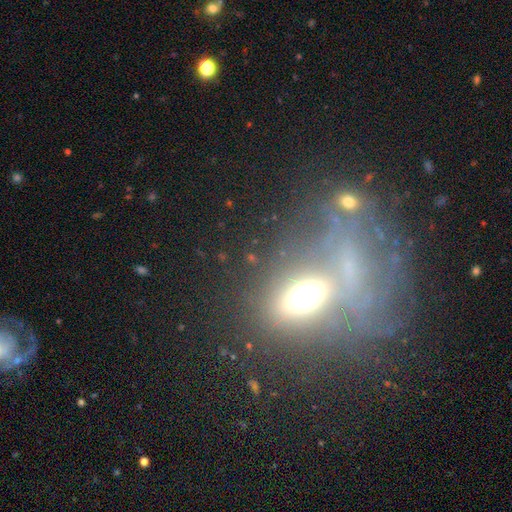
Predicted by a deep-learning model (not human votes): Smooth or featured: featured or disk — 37% (smooth — 36%)
Merging: none — 38% (major disturbance — 26%)